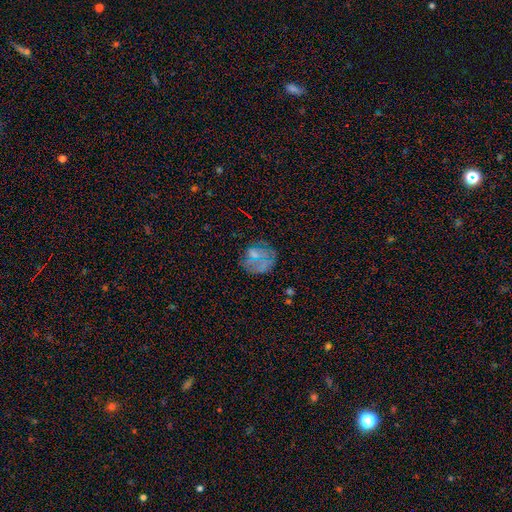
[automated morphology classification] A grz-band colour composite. It shows a smooth galaxy with no disk features (55%) that is round (74%). Merging: none (73%).